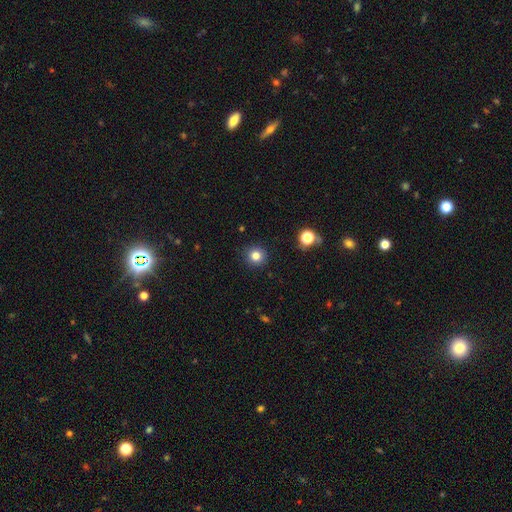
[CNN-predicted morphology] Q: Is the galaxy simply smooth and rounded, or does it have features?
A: smooth — 81%.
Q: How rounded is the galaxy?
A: round — 92%.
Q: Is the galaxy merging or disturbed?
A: none — 90%.